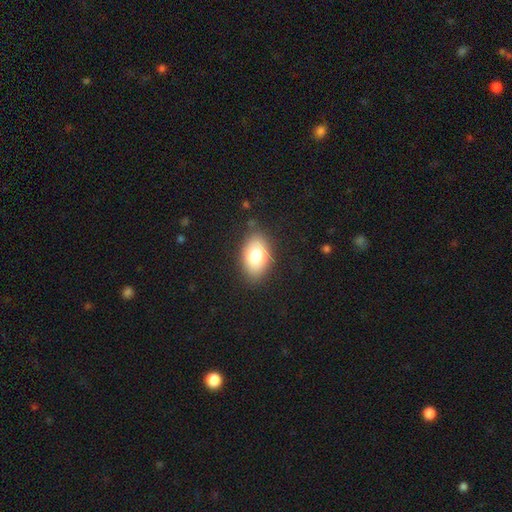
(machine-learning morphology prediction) Smooth or featured?
  - smooth: 76% *
  - featured or disk: 16%
  - star or artifact: 8%
How rounded?
  - in between: 87% *
  - round: 11%
  - cigar-shaped: 1%
Merging?
  - none: 82% *
  - minor disturbance: 13%
  - major disturbance: 4%
  - merger: 1%